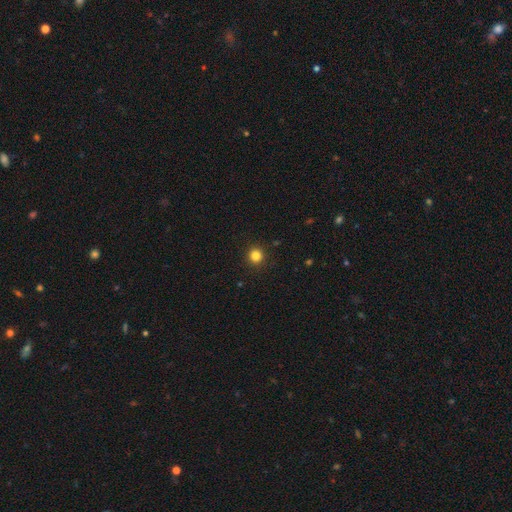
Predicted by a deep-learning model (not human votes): Q: Smooth or featured?
A: smooth (83%); runner-up: star or artifact (13%)
Q: How rounded?
A: round (94%); runner-up: in between (5%)
Q: Merging?
A: none (92%); runner-up: minor disturbance (5%)